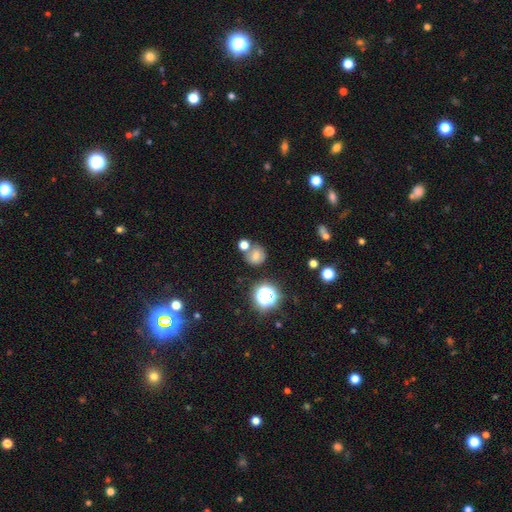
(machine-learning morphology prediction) smooth_or_featured: smooth (p=0.67) [alt: star or artifact p=0.19]
how_rounded: round (p=0.78) [alt: in between p=0.21]
merging: none (p=0.62) [alt: merger p=0.19]